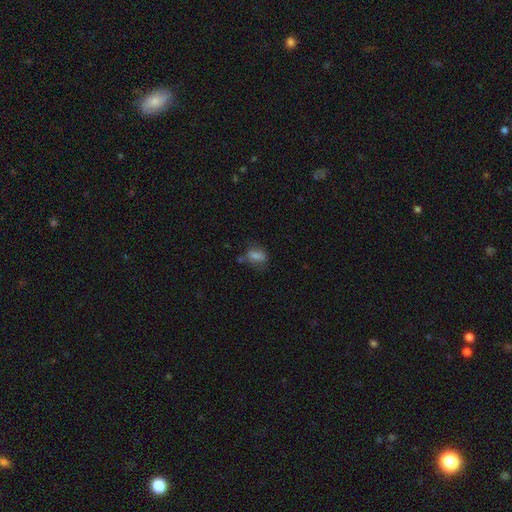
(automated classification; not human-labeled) Smooth or featured: smooth — 67% (featured or disk — 17%)
How rounded: in between — 74% (round — 20%)
Merging: none — 56% (minor disturbance — 23%)